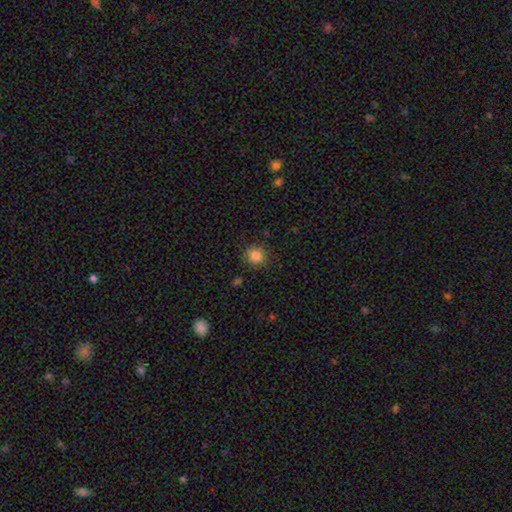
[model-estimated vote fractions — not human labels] Smooth or featured? Predicted: smooth (p=0.85). How rounded? Predicted: round (p=0.91). Merging? Predicted: none (p=0.85).